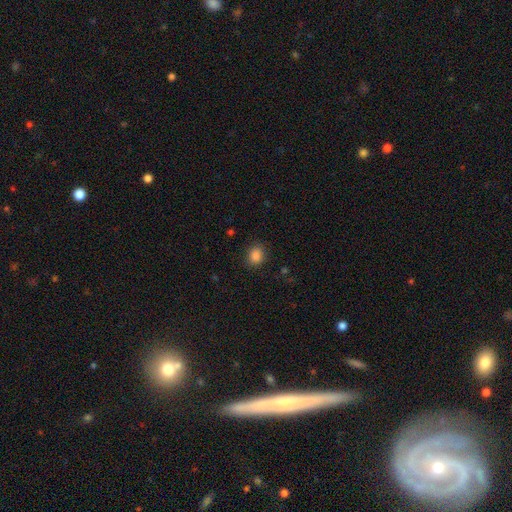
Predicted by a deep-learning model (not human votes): smooth_or_featured: smooth (p=0.86) [alt: star or artifact p=0.11]
how_rounded: round (p=0.62) [alt: in between p=0.37]
merging: none (p=0.86) [alt: minor disturbance p=0.10]